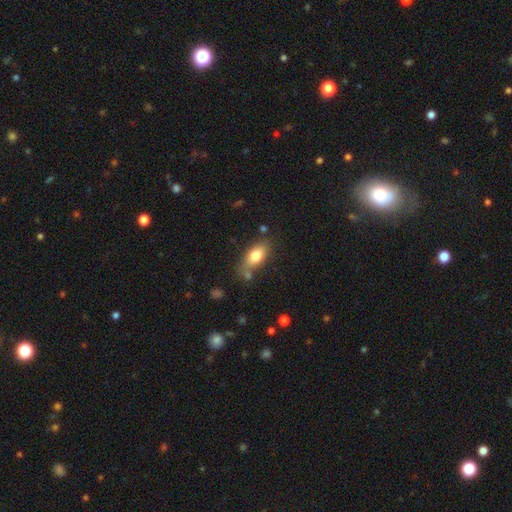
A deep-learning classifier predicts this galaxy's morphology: A smooth galaxy with no disk features (77%) that is in between round and cigar-shaped (87%). Merging: none (67%).